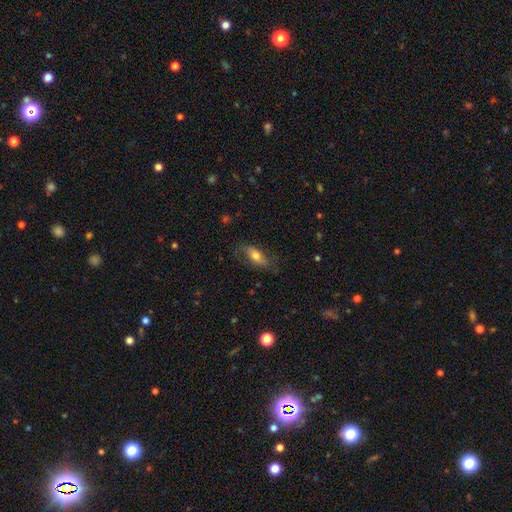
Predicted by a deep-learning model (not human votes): Morphology: type=smooth (58%); roundness=in between (77%); merging=none (67%).